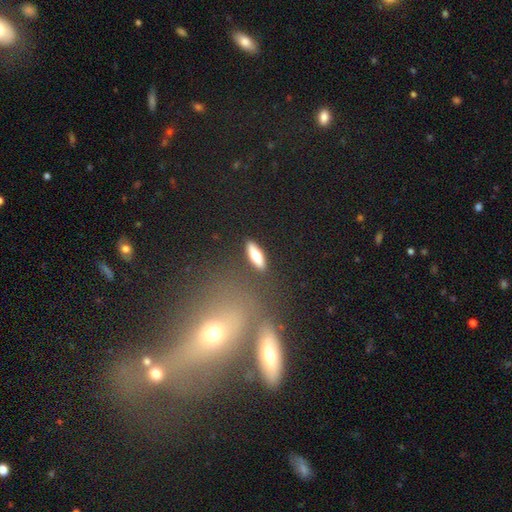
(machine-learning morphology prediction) smooth-or-featured: smooth: 67% | featured or disk: 27% | star or artifact: 7%
  how-rounded: in between: 50% | cigar-shaped: 47% | round: 3%
  merging: none: 87% | minor disturbance: 9% | major disturbance: 2% | merger: 2%